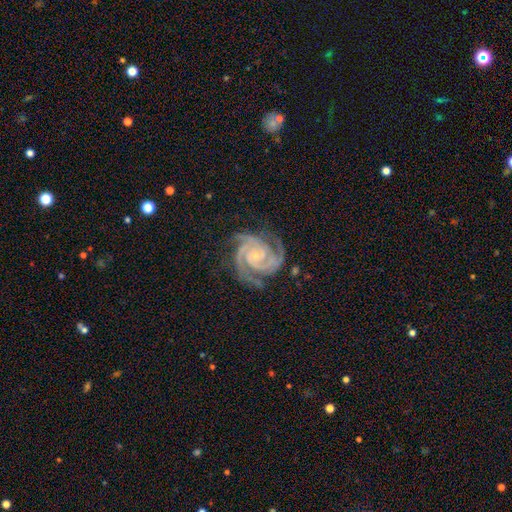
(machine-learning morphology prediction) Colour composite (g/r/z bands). It shows a featured or disk galaxy (94%) with no bar (69%), 3 (56%) tight (70%) spiral arms (99%) and a small central bulge (81%). Merging: none (75%).